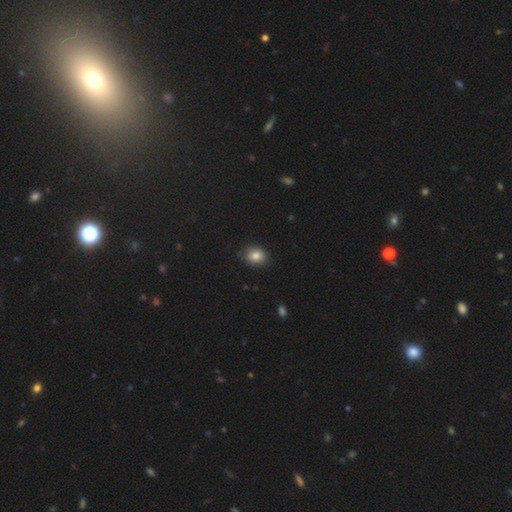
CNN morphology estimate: Smooth or featured? smooth (84%)
How rounded? in between (54%)
Merging? none (84%)